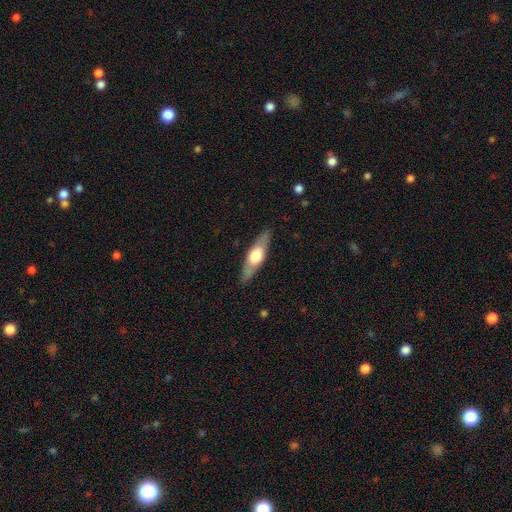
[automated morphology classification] smooth-or-featured: featured or disk: 50% | smooth: 45% | star or artifact: 5%
  merging: none: 86% | minor disturbance: 10% | major disturbance: 3% | merger: 1%